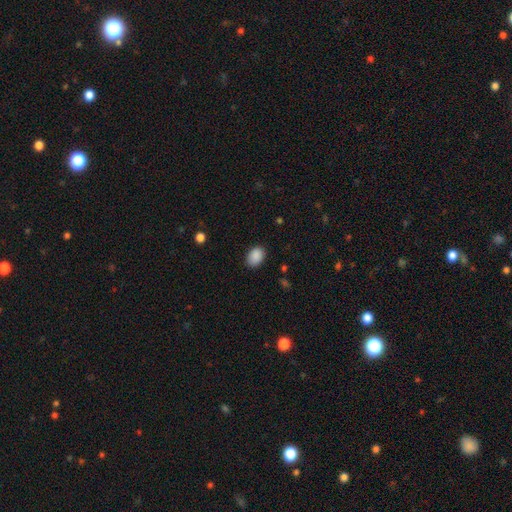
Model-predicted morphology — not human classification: type=smooth (89%); roundness=in between (78%); merging=none (85%).